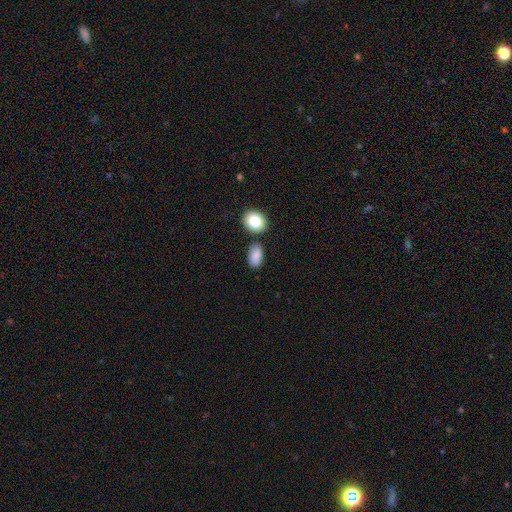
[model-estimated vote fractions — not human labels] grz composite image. It shows a smooth galaxy with no disk features (87%) that is in between round and cigar-shaped (89%). Merging: none (75%).